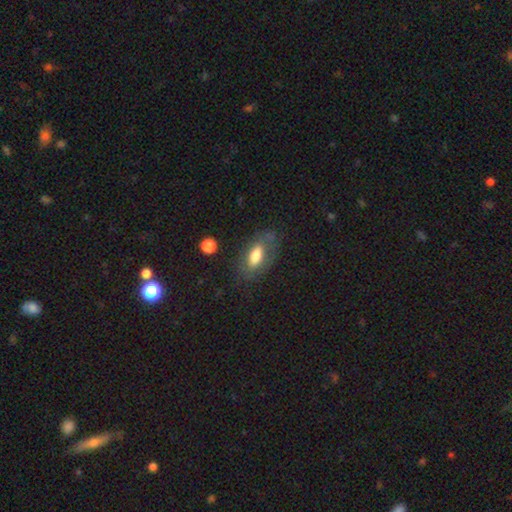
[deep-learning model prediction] smooth_or_featured: smooth (p=0.65) [alt: featured or disk p=0.27]
how_rounded: in between (p=0.87) [alt: cigar-shaped p=0.09]
merging: none (p=0.69) [alt: minor disturbance p=0.19]